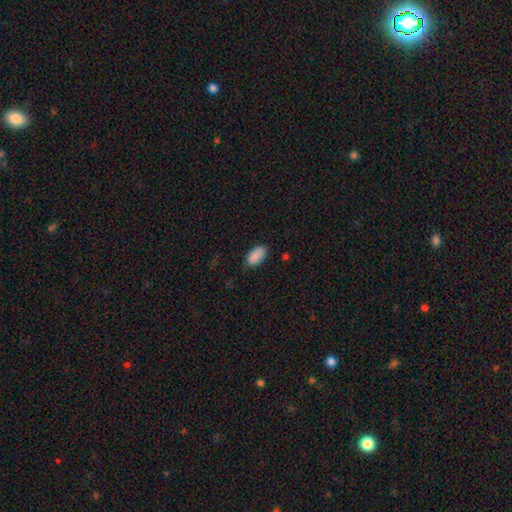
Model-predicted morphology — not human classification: Overall: smooth (89%). How rounded: in between (95%). Merging: none (81%).